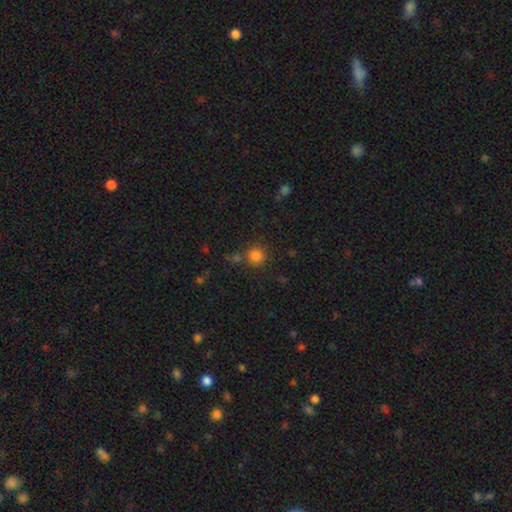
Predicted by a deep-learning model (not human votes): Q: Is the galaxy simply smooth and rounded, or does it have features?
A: smooth — 82%.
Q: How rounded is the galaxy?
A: round — 92%.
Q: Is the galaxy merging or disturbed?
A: none — 77%.